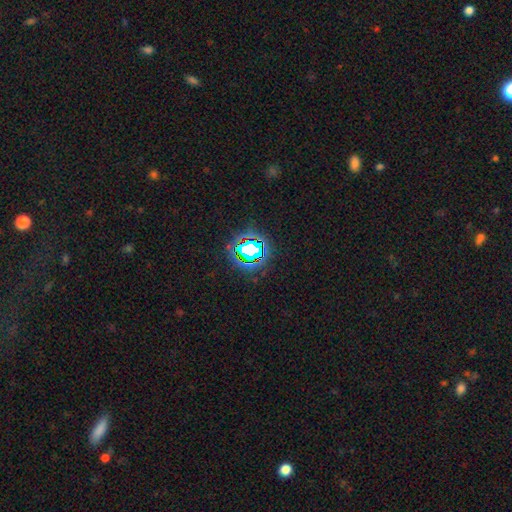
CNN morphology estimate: Smooth or featured? Predicted: star or artifact (p=0.80).